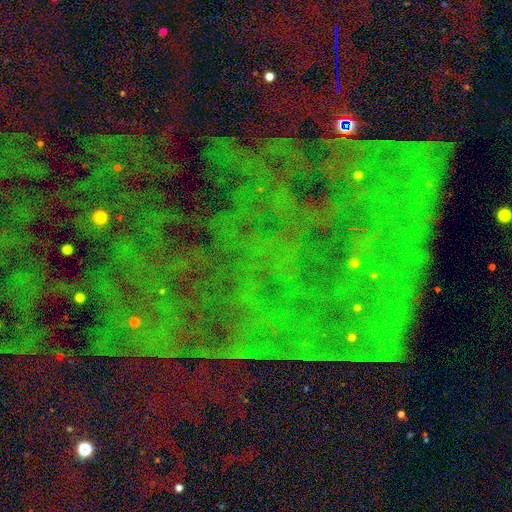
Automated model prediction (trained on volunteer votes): This is clearly a star or artifact rather than a galaxy (84%).